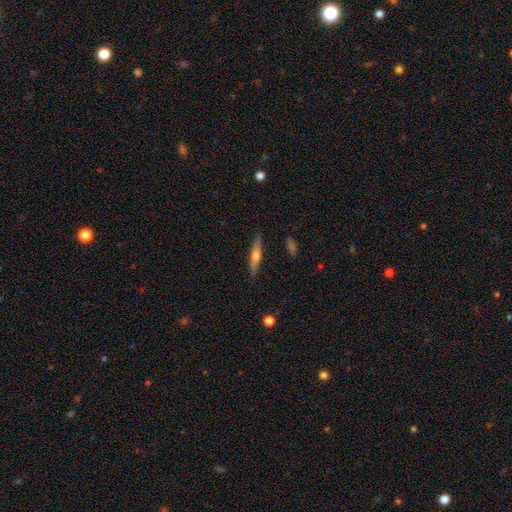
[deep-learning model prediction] A featured or disk galaxy (48%). Merging: none (88%).